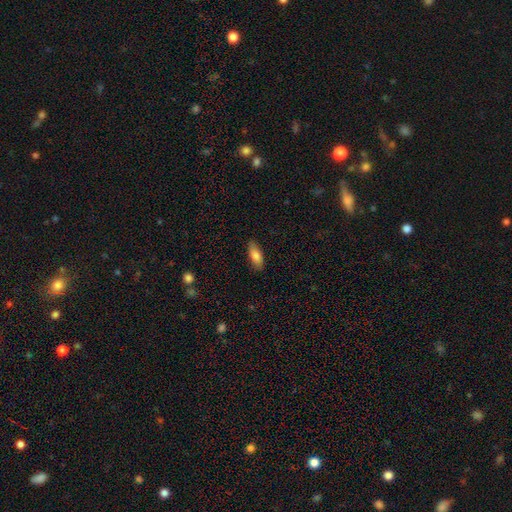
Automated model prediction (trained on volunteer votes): Smooth or featured?
  - smooth: 82% *
  - featured or disk: 11%
  - star or artifact: 6%
How rounded?
  - in between: 76% *
  - cigar-shaped: 21%
  - round: 2%
Merging?
  - none: 84% *
  - minor disturbance: 12%
  - major disturbance: 2%
  - merger: 1%